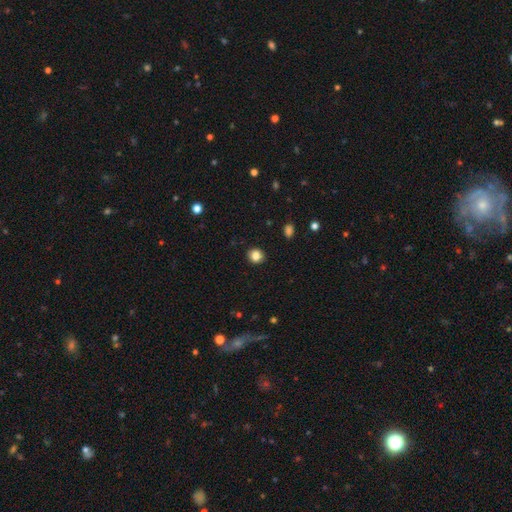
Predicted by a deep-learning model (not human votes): A smooth galaxy with no disk features (84%) that is round (79%).

Vote fractions:
- Smooth or featured? smooth: 84% / star or artifact: 10% / featured or disk: 6%
- How rounded? round: 79% / in between: 20% / cigar-shaped: 1%
- Merging? none: 90% / minor disturbance: 7% / major disturbance: 2% / merger: 1%